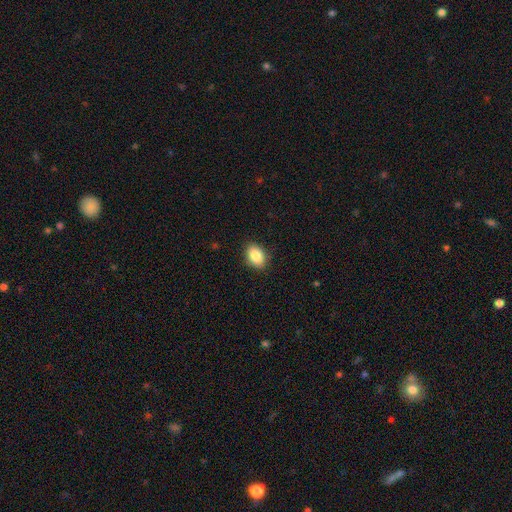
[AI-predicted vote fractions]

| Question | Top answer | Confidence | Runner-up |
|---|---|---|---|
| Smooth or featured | smooth | 88% | star or artifact (7%) |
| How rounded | in between | 81% | round (18%) |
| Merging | none | 88% | minor disturbance (9%) |